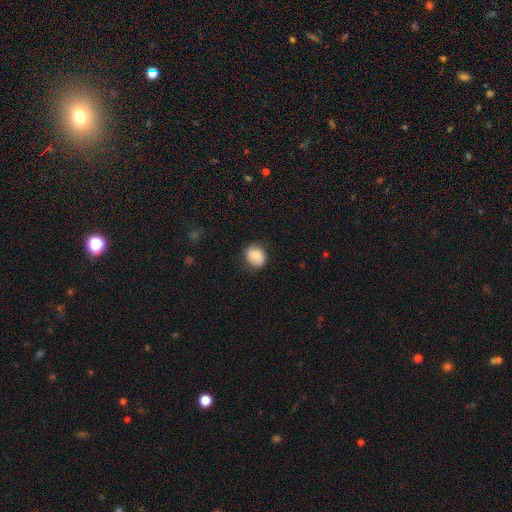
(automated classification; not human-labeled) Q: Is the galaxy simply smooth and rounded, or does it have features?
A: smooth — 71%.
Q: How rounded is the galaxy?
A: round — 70%.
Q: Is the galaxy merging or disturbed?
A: none — 80%.